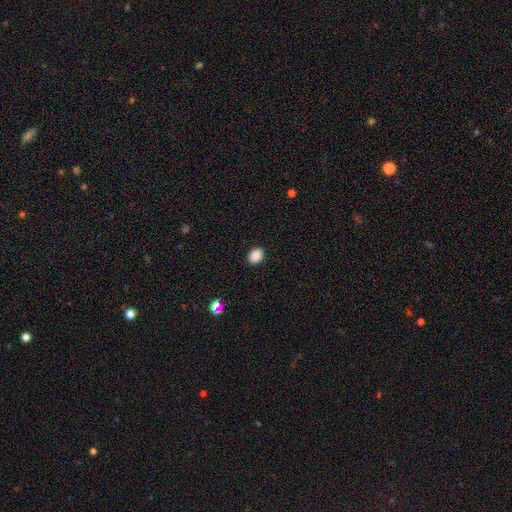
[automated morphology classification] smooth 89%, star or artifact 9%, featured or disk 2%. Down the decision tree: how rounded — in between (64%); merging — none (90%).